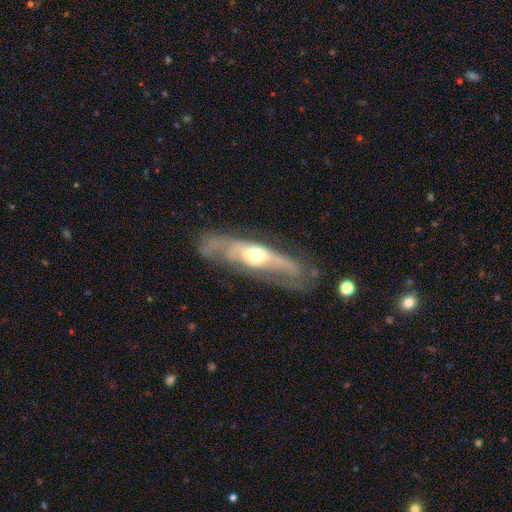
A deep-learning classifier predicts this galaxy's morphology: This is likely a featured or disk galaxy (74%). It is likely not viewed edge-on (69%). Bar: likely no (66%). Spiral arm pattern: likely yes (70%). Central bulge: likely moderate (67%). Merging: likely none (62%).